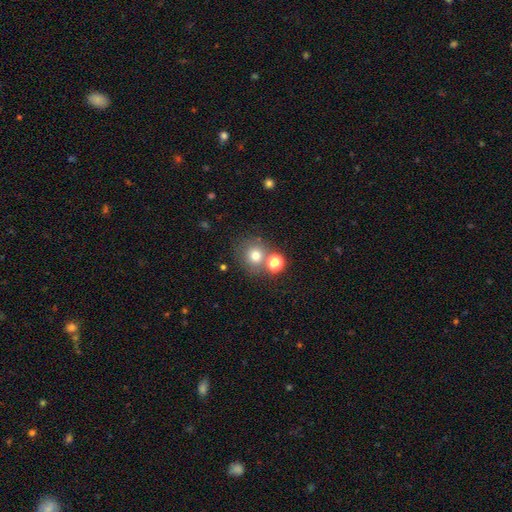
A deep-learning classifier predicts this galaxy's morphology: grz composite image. It shows a smooth galaxy with no disk features (74%) that is round (87%). Merging: none (65%).